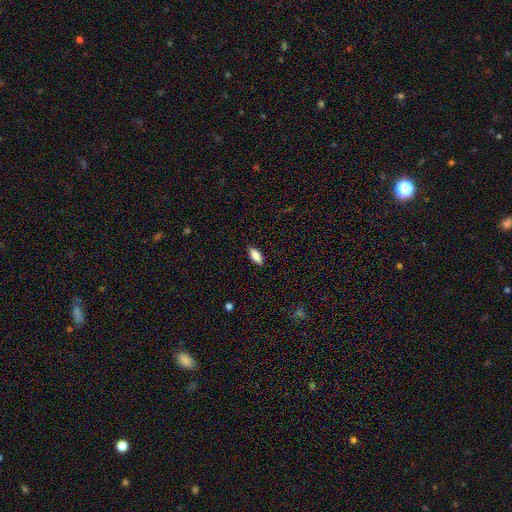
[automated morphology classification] The model was most divided on "how rounded": in between: 85%, cigar-shaped: 13%, round: 2%. More confident: merging — none (87%); smooth or featured — smooth (87%).